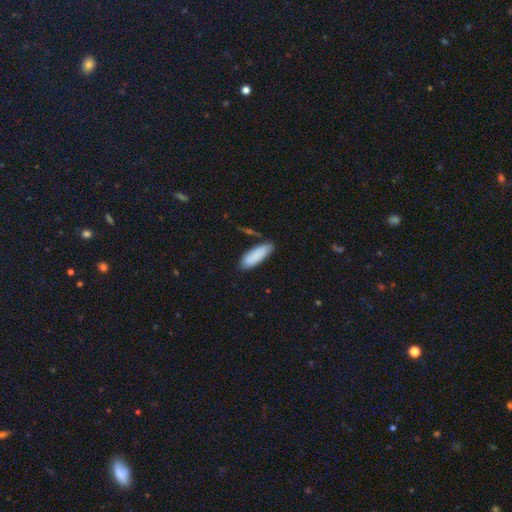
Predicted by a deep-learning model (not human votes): A smooth galaxy with no disk features (87%) that is in between round and cigar-shaped (65%).

Vote fractions:
- Smooth or featured? smooth: 87% / featured or disk: 7% / star or artifact: 6%
- How rounded? in between: 65% / cigar-shaped: 33% / round: 2%
- Merging? none: 76% / minor disturbance: 17% / merger: 4% / major disturbance: 3%